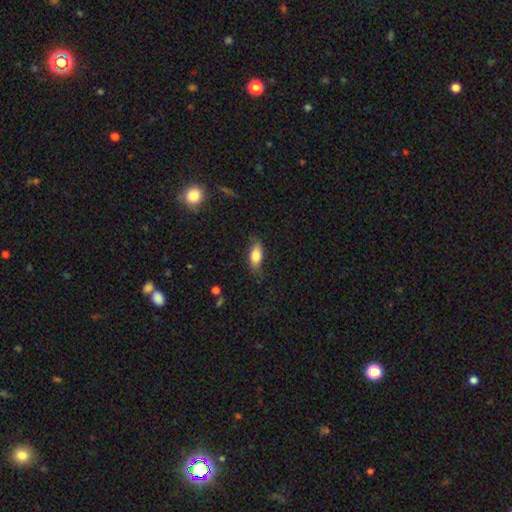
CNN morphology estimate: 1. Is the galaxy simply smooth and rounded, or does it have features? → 78% smooth, 15% featured or disk, 7% star or artifact.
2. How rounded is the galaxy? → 80% in between, 16% cigar-shaped, 4% round.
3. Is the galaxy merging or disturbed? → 72% none, 21% minor disturbance, 6% major disturbance, 1% merger.